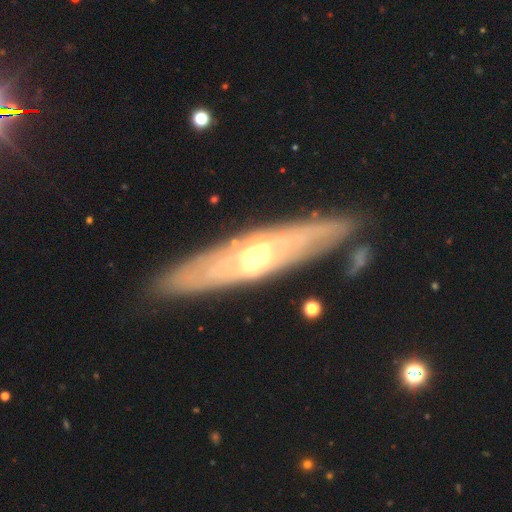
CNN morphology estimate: Smooth or featured? featured or disk (76%)
Edge-on disk? no (52%)
Merging? none (82%)